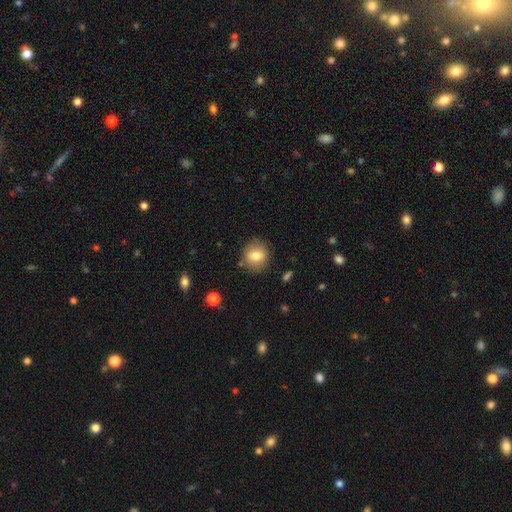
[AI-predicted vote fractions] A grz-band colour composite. It shows a smooth galaxy with no disk features (78%) that is round (80%). Merging: none (83%).